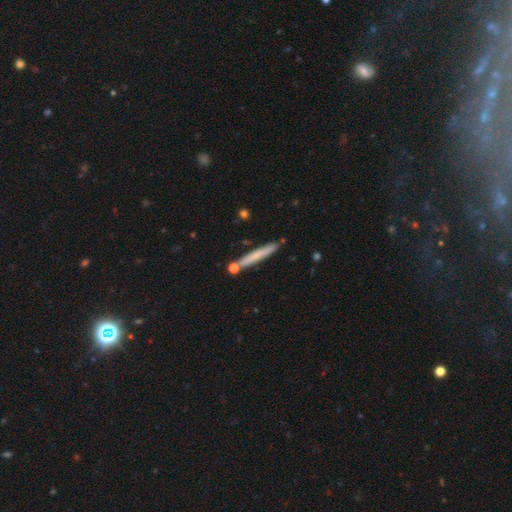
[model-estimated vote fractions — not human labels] Smooth or featured? Predicted: smooth (p=0.66). How rounded? Predicted: cigar-shaped (p=0.96). Merging? Predicted: none (p=0.81).